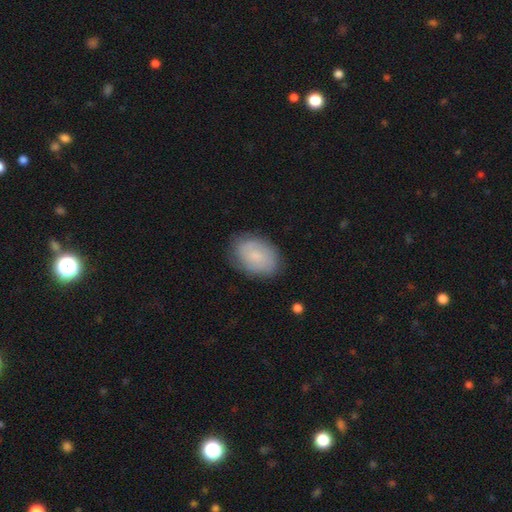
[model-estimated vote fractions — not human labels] Overall: smooth (59%; featured or disk 33%). How rounded: in between (82%). Merging: none (79%).